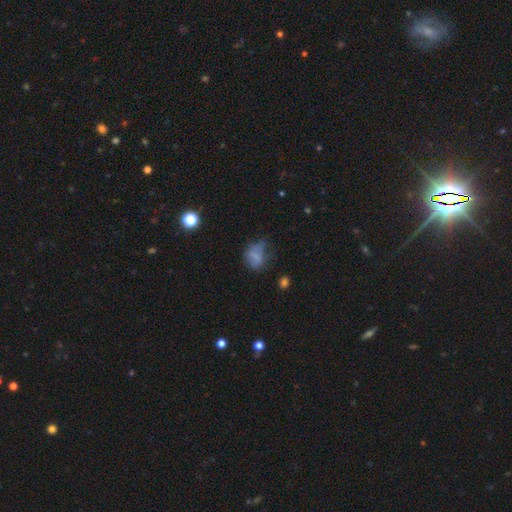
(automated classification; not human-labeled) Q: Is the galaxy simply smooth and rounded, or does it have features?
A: smooth — 65%.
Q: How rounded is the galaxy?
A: in between — 61%.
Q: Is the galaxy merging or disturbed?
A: none — 37%.